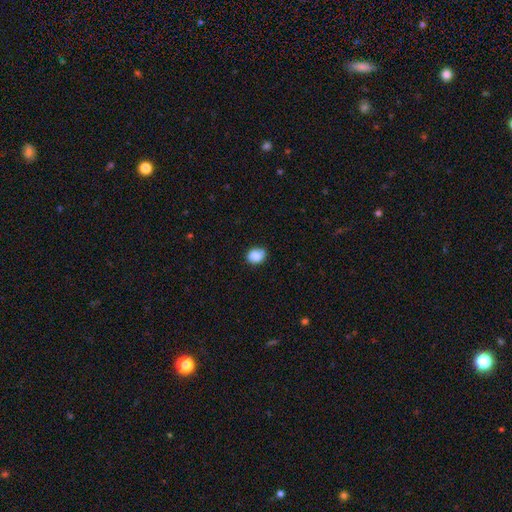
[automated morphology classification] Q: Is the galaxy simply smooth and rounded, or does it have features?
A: smooth — 81%.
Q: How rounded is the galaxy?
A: round — 51%.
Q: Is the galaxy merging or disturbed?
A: none — 74%.